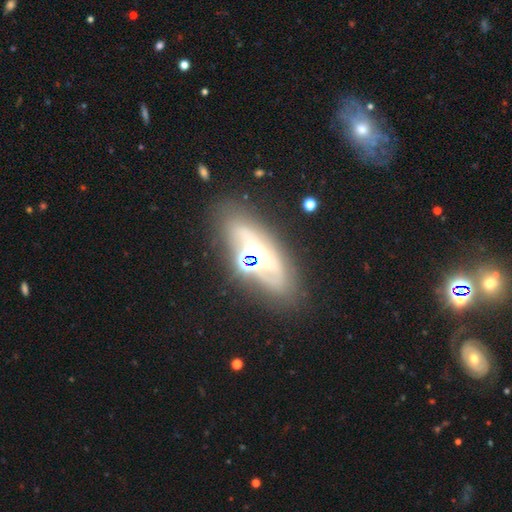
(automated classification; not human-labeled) This is likely a featured or disk galaxy (65%). It is possibly not viewed edge-on (60%). Merging: likely none (74%).